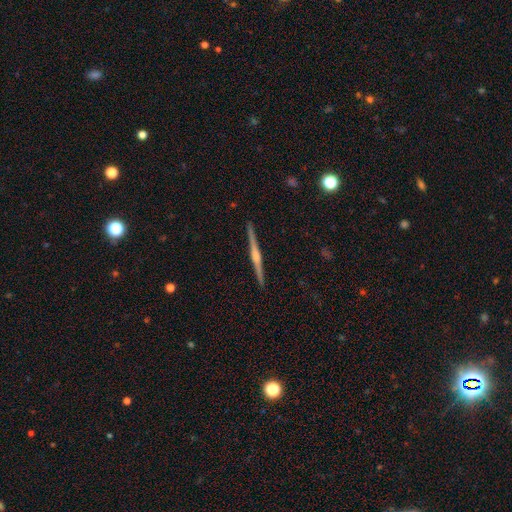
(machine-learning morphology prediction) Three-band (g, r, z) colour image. It shows a featured or disk galaxy (81%) viewed edge-on (99%) with a rounded central bulge (74%). Merging: none (93%).